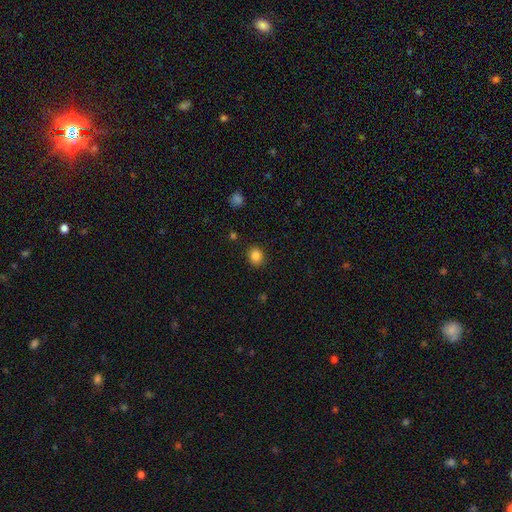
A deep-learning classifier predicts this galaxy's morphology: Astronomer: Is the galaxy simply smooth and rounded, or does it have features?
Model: smooth — 85%.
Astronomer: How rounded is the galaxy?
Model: round — 73%.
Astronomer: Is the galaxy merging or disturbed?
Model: none — 89%.